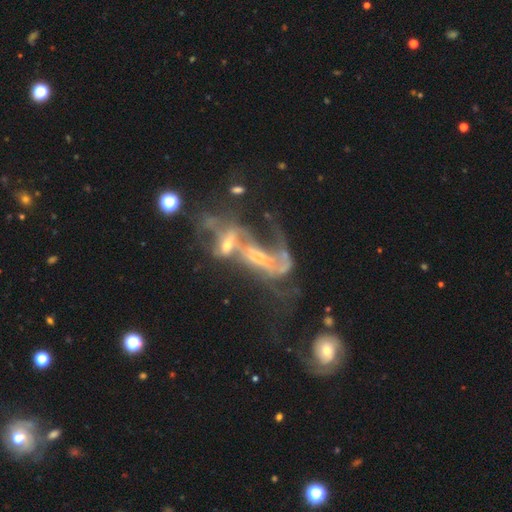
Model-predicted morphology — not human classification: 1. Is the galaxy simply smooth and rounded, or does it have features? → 75% featured or disk, 13% star or artifact, 12% smooth.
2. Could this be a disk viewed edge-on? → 90% no, 10% yes.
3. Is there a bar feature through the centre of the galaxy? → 54% no, 29% weak, 17% strong.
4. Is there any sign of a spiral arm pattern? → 63% yes, 37% no.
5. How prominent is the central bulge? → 40% small, 35% moderate, 17% none, 5% large, 2% dominant.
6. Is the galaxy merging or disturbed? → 62% merger, 21% major disturbance, 11% none, 6% minor disturbance.